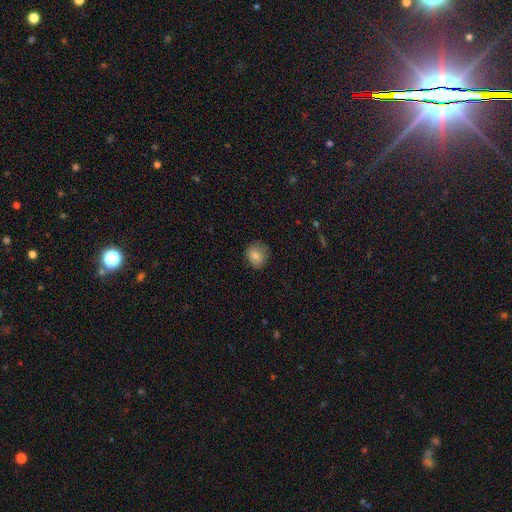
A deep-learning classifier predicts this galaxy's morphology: A smooth galaxy with no disk features (82%) that is round (83%).

Vote fractions:
- Smooth or featured? smooth: 82% / star or artifact: 9% / featured or disk: 8%
- How rounded? round: 83% / in between: 16% / cigar-shaped: 1%
- Merging? none: 80% / minor disturbance: 15% / major disturbance: 3% / merger: 1%